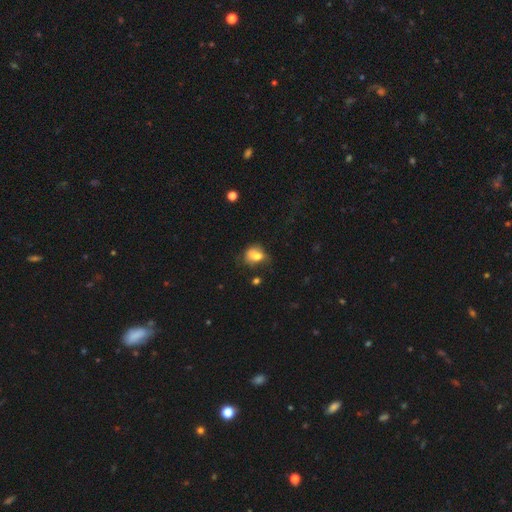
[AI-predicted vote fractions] Overall: smooth (70%). How rounded: in between (56%; round 42%). Merging: none (35%; minor disturbance 27%).